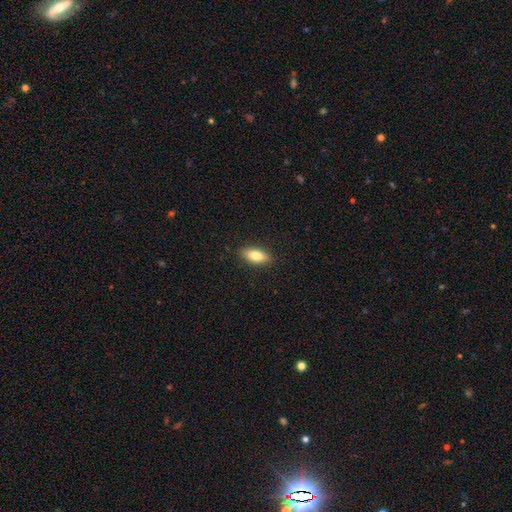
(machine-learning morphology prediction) Q: Smooth or featured?
A: smooth (75%); runner-up: featured or disk (18%)
Q: How rounded?
A: in between (76%); runner-up: cigar-shaped (21%)
Q: Merging?
A: none (89%); runner-up: minor disturbance (8%)